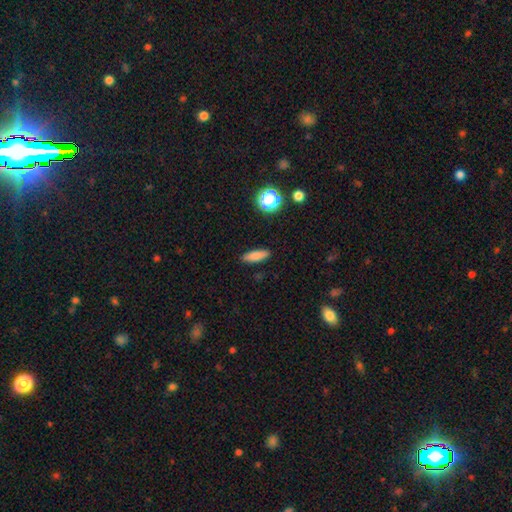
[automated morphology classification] smooth_or_featured: smooth (p=0.82) [alt: star or artifact p=0.09]
how_rounded: cigar-shaped (p=0.54) [alt: in between p=0.42]
merging: none (p=0.89) [alt: minor disturbance p=0.08]